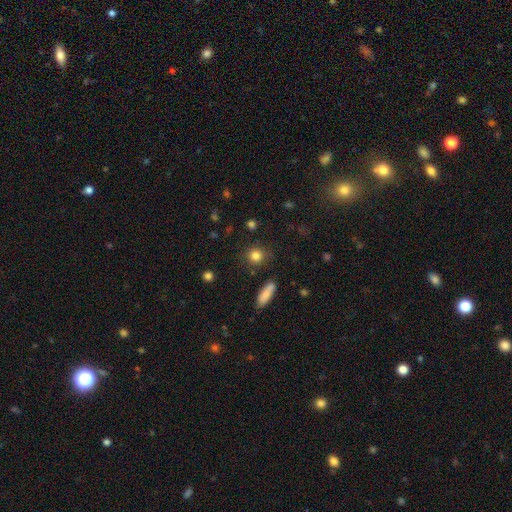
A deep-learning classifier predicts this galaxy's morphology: Overall: smooth (83%). How rounded: round (86%). Merging: none (85%).